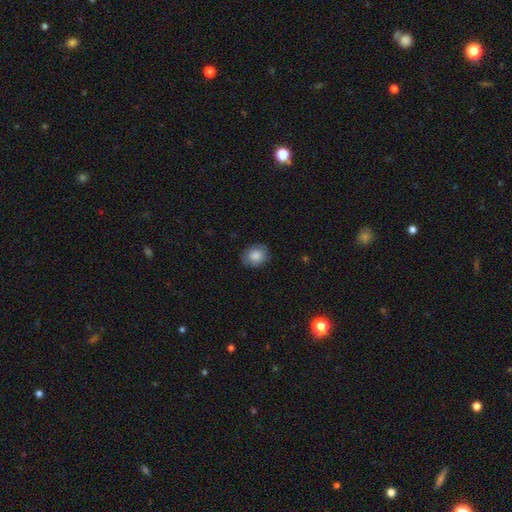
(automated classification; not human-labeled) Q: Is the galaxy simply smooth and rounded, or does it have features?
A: smooth — 85%.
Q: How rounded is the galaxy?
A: round — 64%.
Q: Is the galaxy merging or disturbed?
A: none — 84%.